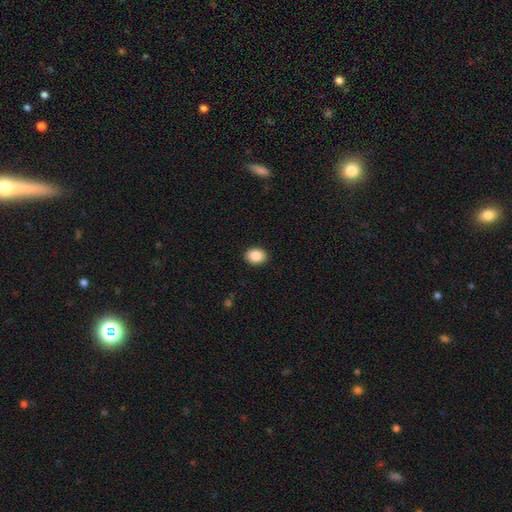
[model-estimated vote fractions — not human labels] This appears to be a smooth galaxy with no disk features (89%) that is in between round and cigar-shaped (67%). Merging: none (90%).